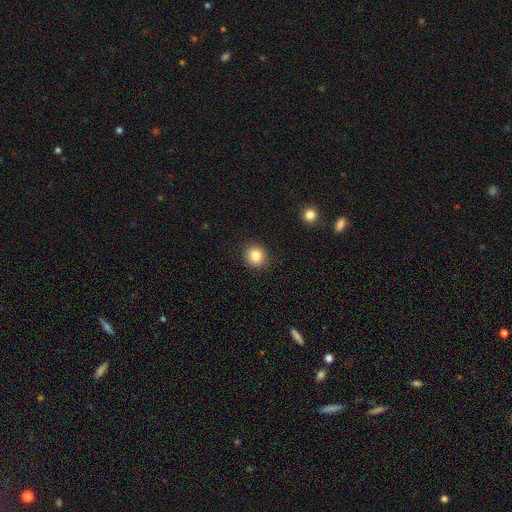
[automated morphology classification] Smooth or featured: smooth — 84% (star or artifact — 10%)
How rounded: round — 87% (in between — 12%)
Merging: none — 91% (minor disturbance — 6%)